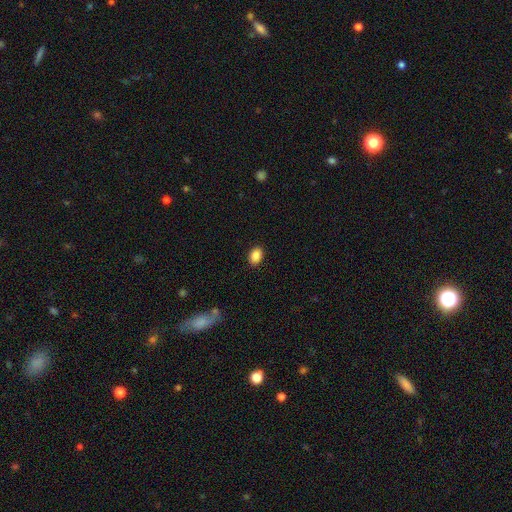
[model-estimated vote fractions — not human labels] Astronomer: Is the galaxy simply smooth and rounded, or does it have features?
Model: smooth — 88%.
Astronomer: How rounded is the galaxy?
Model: in between — 82%.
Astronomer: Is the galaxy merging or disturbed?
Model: none — 90%.